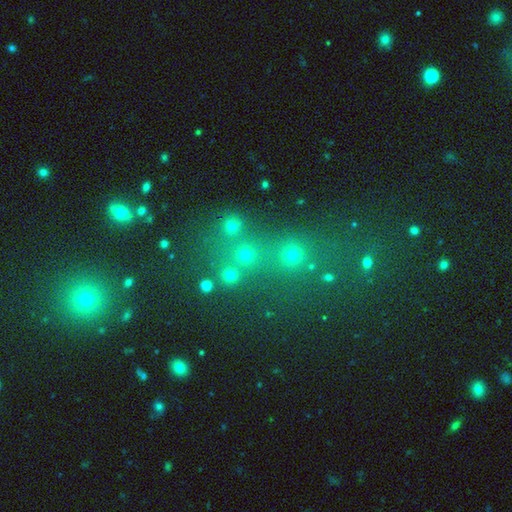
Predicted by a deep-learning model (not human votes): Smooth or featured? Predicted: star or artifact (p=0.59).